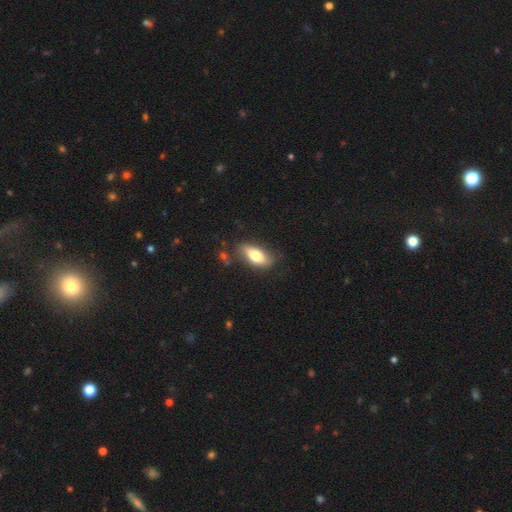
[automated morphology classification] A smooth galaxy with no disk features (74%) that is in between round and cigar-shaped (83%).

Vote fractions:
- Smooth or featured? smooth: 74% / featured or disk: 19% / star or artifact: 6%
- How rounded? in between: 83% / cigar-shaped: 14% / round: 3%
- Merging? none: 71% / minor disturbance: 20% / major disturbance: 5% / merger: 4%